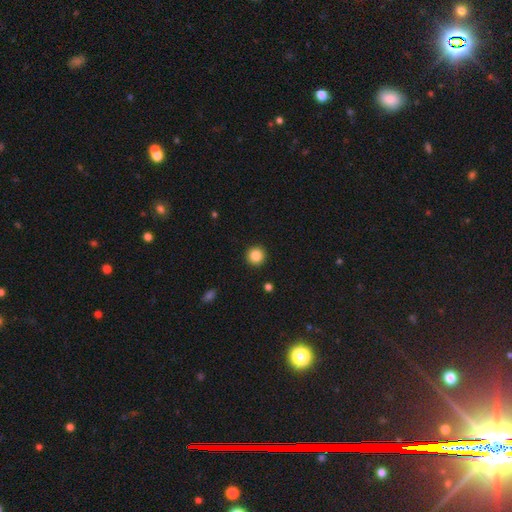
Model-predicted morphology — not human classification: This appears to be a smooth galaxy with no disk features (87%) that is round (95%). Merging: none (92%).